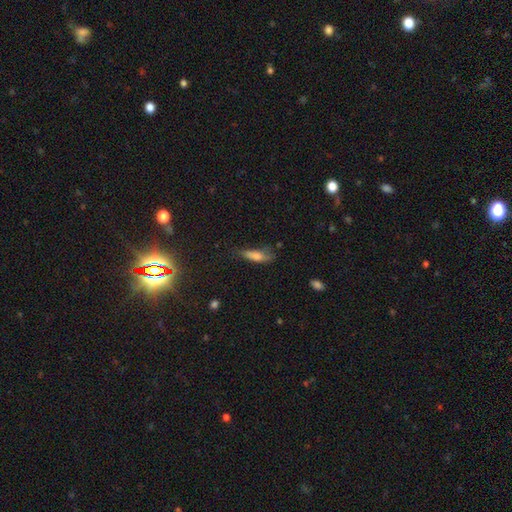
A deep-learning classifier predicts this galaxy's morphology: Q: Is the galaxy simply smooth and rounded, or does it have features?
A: smooth — 60%.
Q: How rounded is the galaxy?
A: cigar-shaped — 56%.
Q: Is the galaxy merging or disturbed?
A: none — 54%.